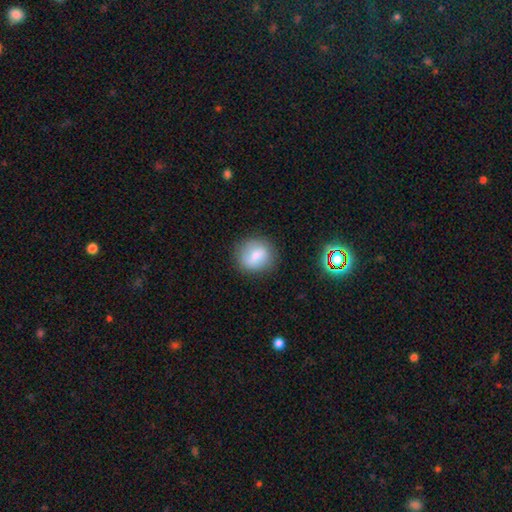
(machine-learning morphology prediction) Smooth or featured?
  - smooth: 74% *
  - featured or disk: 17%
  - star or artifact: 9%
How rounded?
  - round: 77% *
  - in between: 22%
  - cigar-shaped: 1%
Merging?
  - none: 79% *
  - minor disturbance: 14%
  - major disturbance: 4%
  - merger: 2%